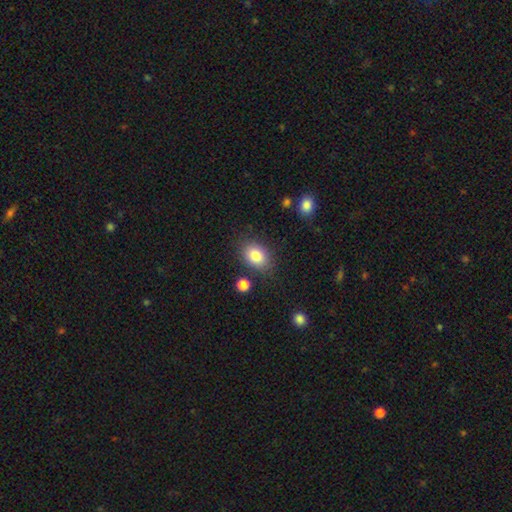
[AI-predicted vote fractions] Smooth or featured? smooth (83%)
How rounded? in between (73%)
Merging? none (80%)